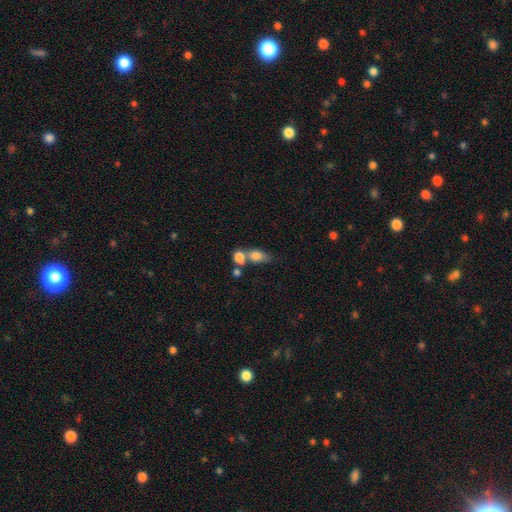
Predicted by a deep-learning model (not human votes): Smooth or featured? smooth (78%)
How rounded? in between (69%)
Merging? merger (52%)